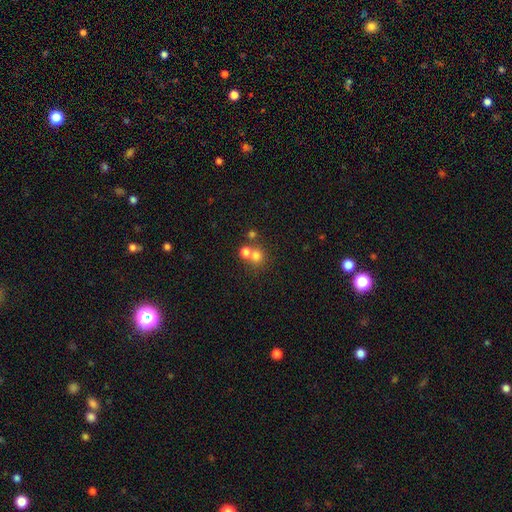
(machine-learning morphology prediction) type=smooth (71%); roundness=round (86%); merging=none (47%).